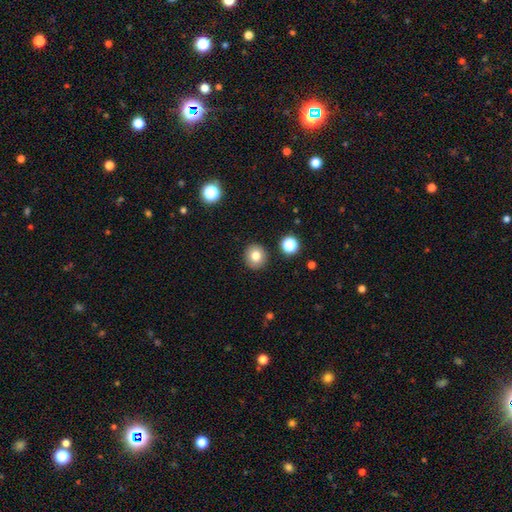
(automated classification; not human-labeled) Overall: smooth (80%). How rounded: round (87%). Merging: none (90%).